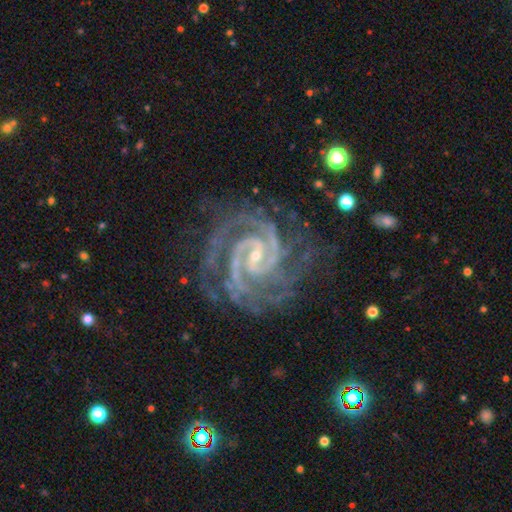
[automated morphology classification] This is clearly a featured or disk galaxy (94%). It is clearly not viewed edge-on (98%). Bar: marginally weak (41%). Spiral arm pattern: clearly yes (99%). Spiral arm count: possibly 2 (58%). Spiral winding: likely tight (74%). Central bulge: likely small (80%). Merging: likely none (73%).